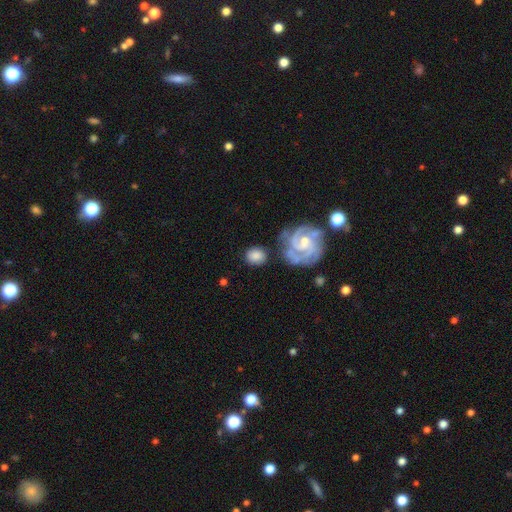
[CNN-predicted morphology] A smooth galaxy with no disk features (60%) that is round (66%).

Vote fractions:
- Smooth or featured? smooth: 60% / featured or disk: 33% / star or artifact: 7%
- How rounded? round: 66% / in between: 33% / cigar-shaped: 1%
- Merging? none: 71% / minor disturbance: 15% / merger: 8% / major disturbance: 6%